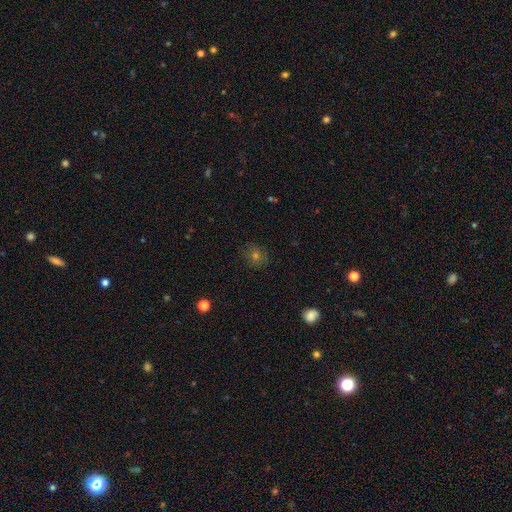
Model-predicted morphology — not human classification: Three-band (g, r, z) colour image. It shows a smooth galaxy with no disk features (59%) that is round (81%). Merging: none (83%).